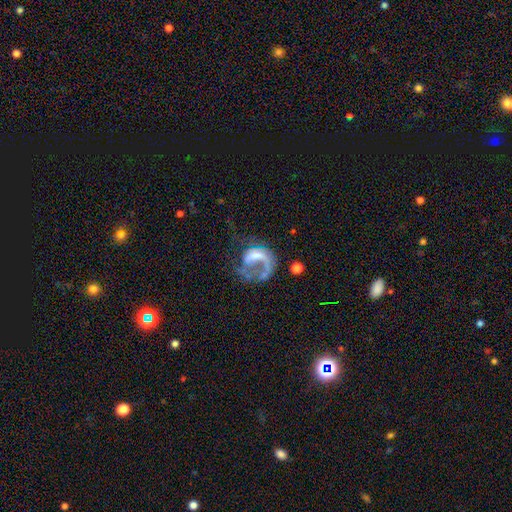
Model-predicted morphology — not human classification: This appears to be a featured or disk galaxy (71%) with no bar (60%), spiral arms (71%) and no central bulge (35%). Merging: major disturbance (49%).